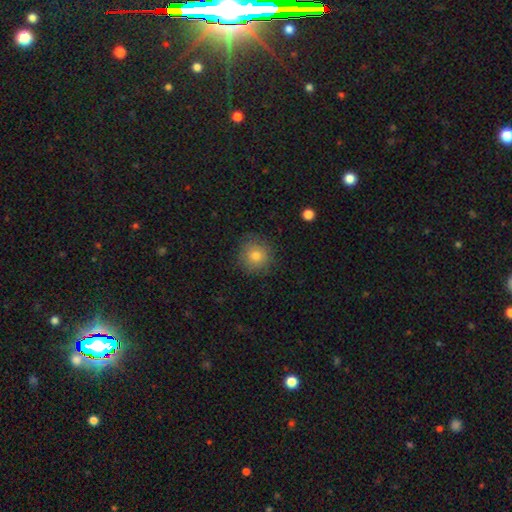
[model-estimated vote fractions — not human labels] The model was most divided on "smooth or featured": smooth: 80%, star or artifact: 11%, featured or disk: 9%. More confident: how rounded — round (92%); merging — none (85%).